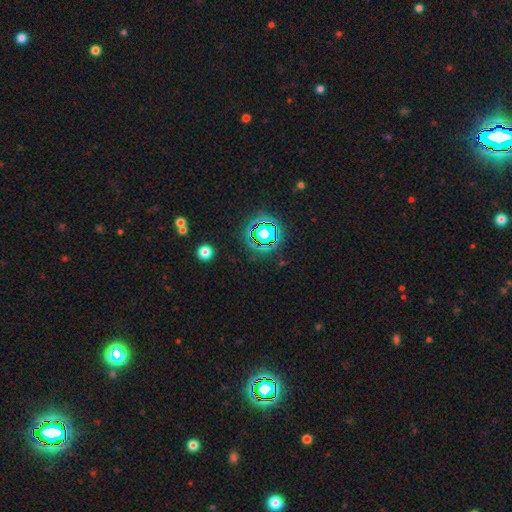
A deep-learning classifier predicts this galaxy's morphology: A star or artifact, not a galaxy (76%).

Vote fractions:
- Smooth or featured? star or artifact: 76% / smooth: 15% / featured or disk: 8%